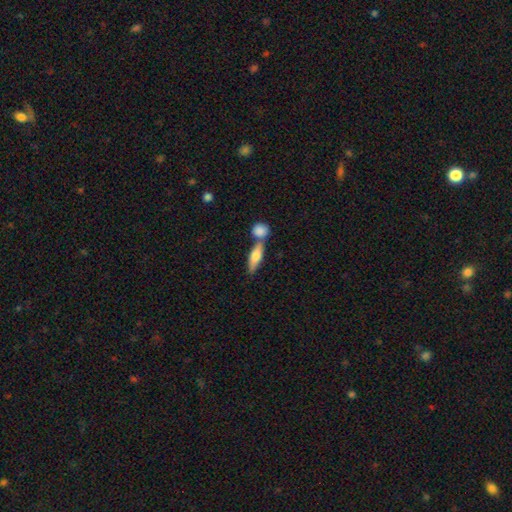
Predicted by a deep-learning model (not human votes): Smooth or featured? smooth (65%)
How rounded? cigar-shaped (48%)
Merging? none (49%)